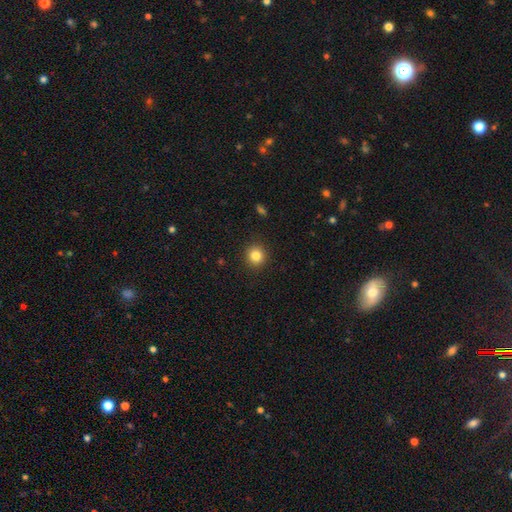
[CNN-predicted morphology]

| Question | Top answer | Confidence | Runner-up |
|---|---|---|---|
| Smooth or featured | smooth | 84% | star or artifact (11%) |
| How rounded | round | 89% | in between (10%) |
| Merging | none | 91% | minor disturbance (6%) |